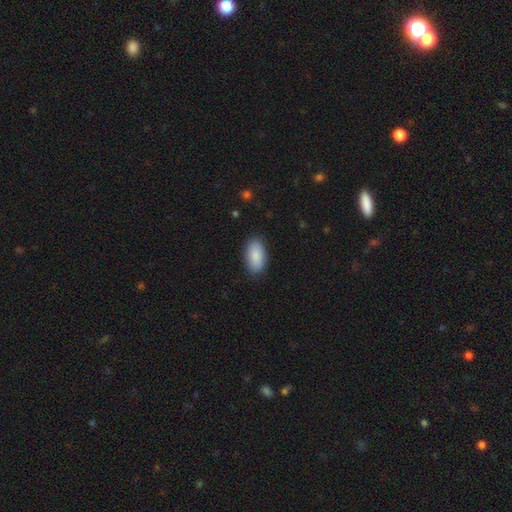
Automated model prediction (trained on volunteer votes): Overall: smooth (87%). How rounded: in between (94%). Merging: none (87%).